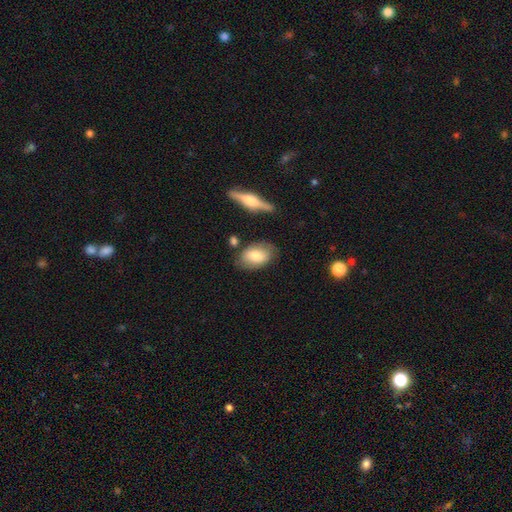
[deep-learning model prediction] smooth 72%, featured or disk 21%, star or artifact 7%. Down the decision tree: how rounded — in between (88%); merging — none (75%).